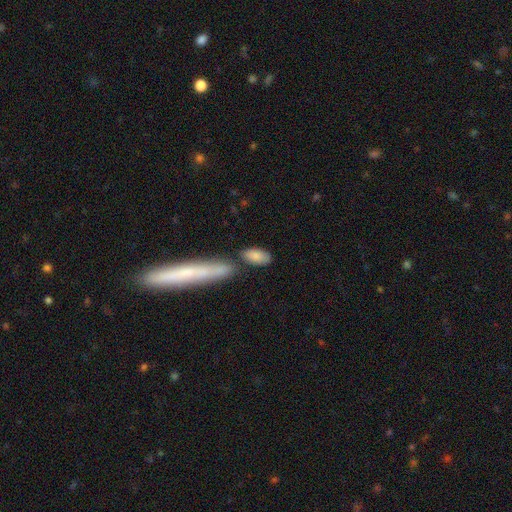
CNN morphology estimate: A smooth galaxy with no disk features (82%) that is in between round and cigar-shaped (87%). Merging: none (62%).